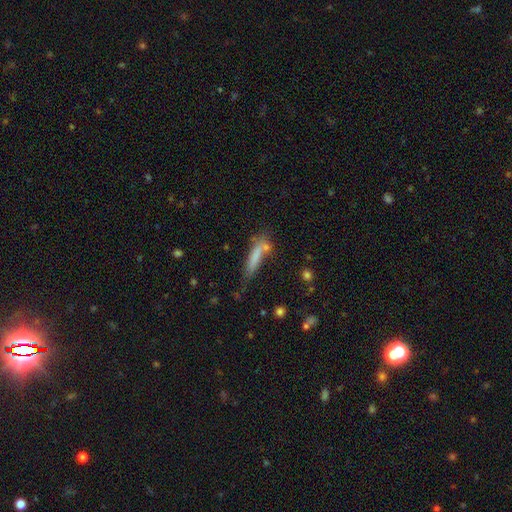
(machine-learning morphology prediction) smooth_or_featured: smooth (p=0.71) [alt: featured or disk p=0.20]
how_rounded: cigar-shaped (p=0.83) [alt: in between p=0.15]
merging: none (p=0.52) [alt: minor disturbance p=0.24]